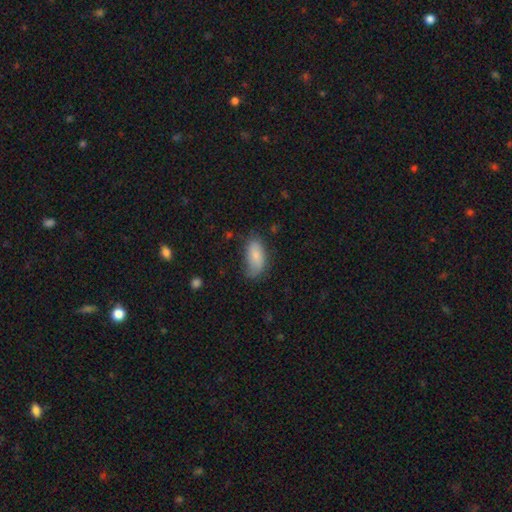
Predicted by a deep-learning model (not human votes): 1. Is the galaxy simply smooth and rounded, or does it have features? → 77% smooth, 16% featured or disk, 7% star or artifact.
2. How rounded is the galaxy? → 91% in between, 6% cigar-shaped, 3% round.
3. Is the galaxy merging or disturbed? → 61% none, 29% minor disturbance, 8% major disturbance, 2% merger.